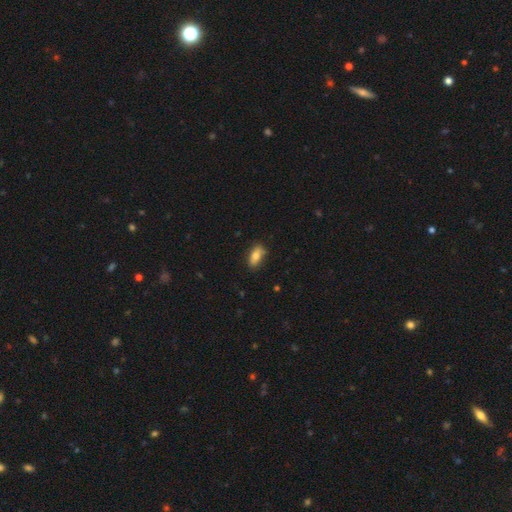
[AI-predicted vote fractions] smooth_or_featured: smooth (p=0.77) [alt: featured or disk p=0.16]
how_rounded: in between (p=0.85) [alt: cigar-shaped p=0.11]
merging: none (p=0.79) [alt: minor disturbance p=0.17]